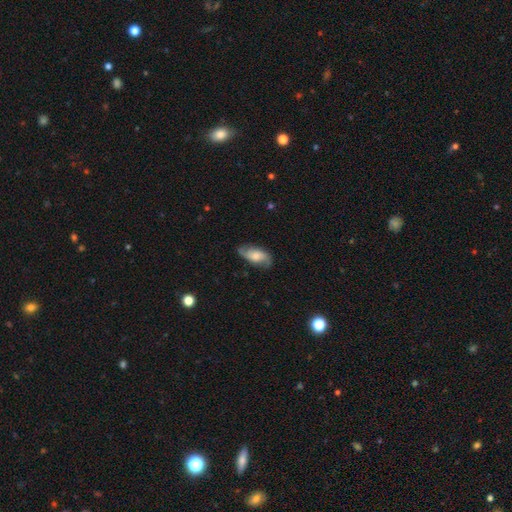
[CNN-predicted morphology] Q: Smooth or featured?
A: featured or disk (63%); runner-up: smooth (30%)
Q: Edge-on disk?
A: no (92%); runner-up: yes (8%)
Q: Bar?
A: no (59%); runner-up: weak (34%)
Q: Spiral arms?
A: yes (91%); runner-up: no (9%)
Q: Spiral winding?
A: medium (42%); runner-up: loose (39%)
Q: Spiral arm count?
A: 2 (87%); runner-up: can't tell (7%)
Q: Bulge size?
A: moderate (42%); runner-up: small (24%)
Q: Merging?
A: none (78%); runner-up: minor disturbance (16%)